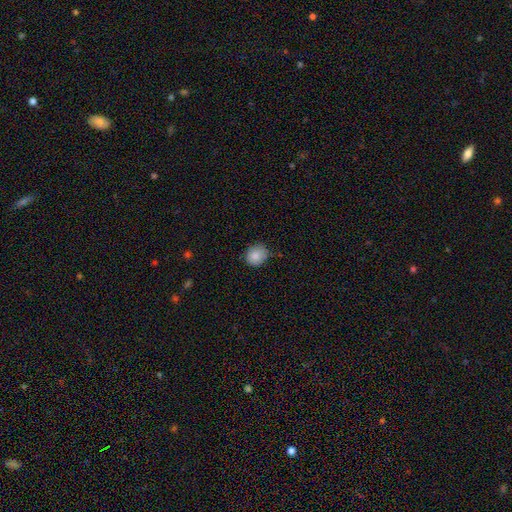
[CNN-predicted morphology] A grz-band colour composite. It shows a smooth galaxy with no disk features (86%) that is round (71%). Merging: none (75%).